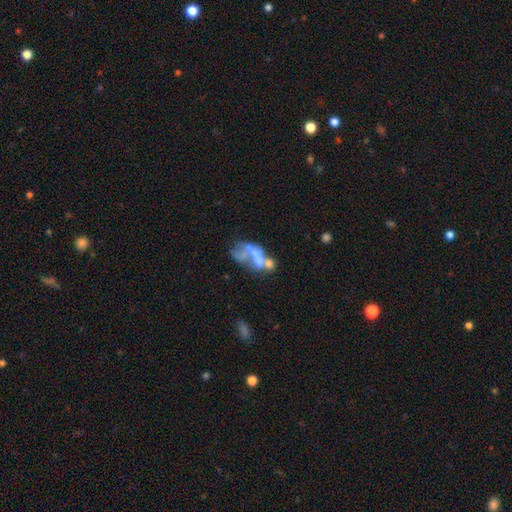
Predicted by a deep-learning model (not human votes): This appears to be a featured or disk galaxy (58%) with no bar (87%), no spiral arms (91%) and no central bulge (69%). Merging: merger (42%).